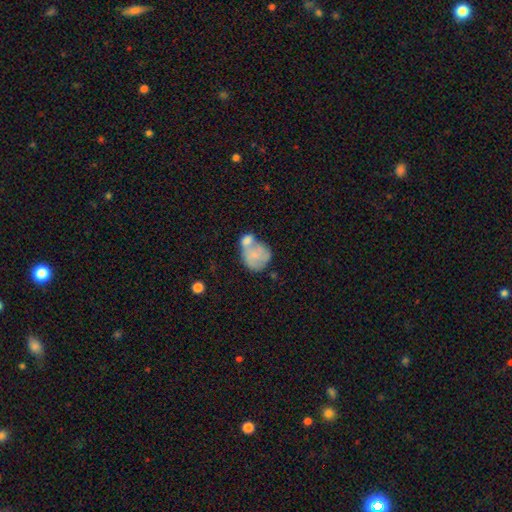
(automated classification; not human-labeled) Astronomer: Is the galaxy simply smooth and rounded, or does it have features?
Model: smooth — 61%.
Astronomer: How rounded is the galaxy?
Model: round — 69%.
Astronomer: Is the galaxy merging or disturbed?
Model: merger — 53%.